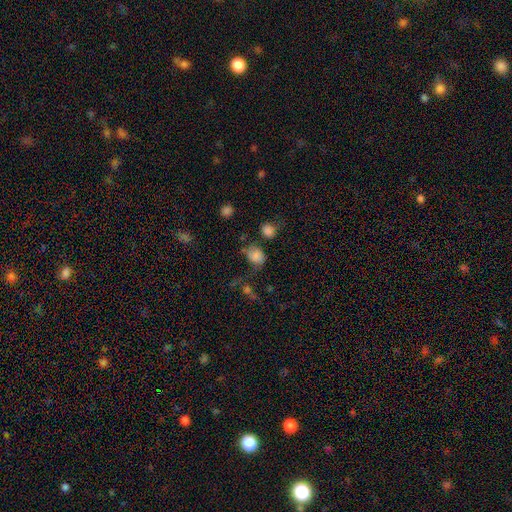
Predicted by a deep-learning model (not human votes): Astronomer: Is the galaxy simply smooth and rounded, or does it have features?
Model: smooth — 76%.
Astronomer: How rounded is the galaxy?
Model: round — 54% (runner-up: in between, 45%).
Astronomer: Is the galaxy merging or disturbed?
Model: none — 46% (runner-up: minor disturbance, 25%).